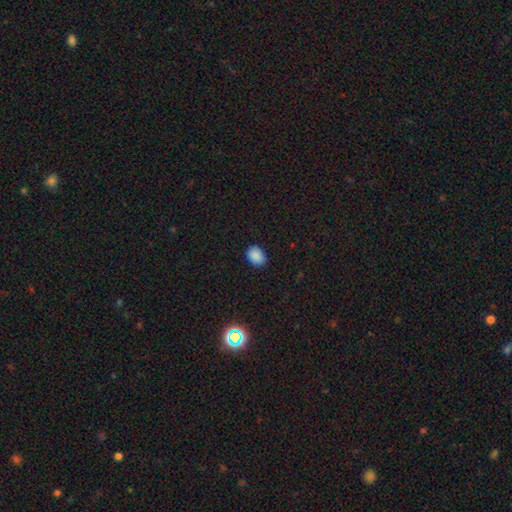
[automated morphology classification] A smooth galaxy with no disk features (88%) that is in between round and cigar-shaped (71%).

Vote fractions:
- Smooth or featured? smooth: 88% / star or artifact: 9% / featured or disk: 3%
- How rounded? in between: 71% / round: 28% / cigar-shaped: 1%
- Merging? none: 83% / minor disturbance: 13% / major disturbance: 2% / merger: 1%